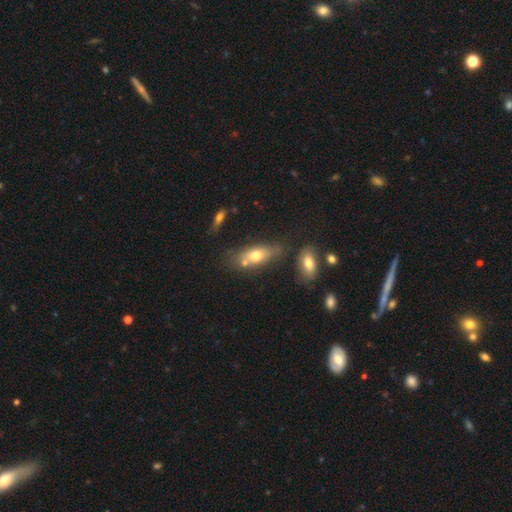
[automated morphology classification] smooth 65%, featured or disk 26%, star or artifact 9%. Down the decision tree: how rounded — in between (71%); merging — none (53%).